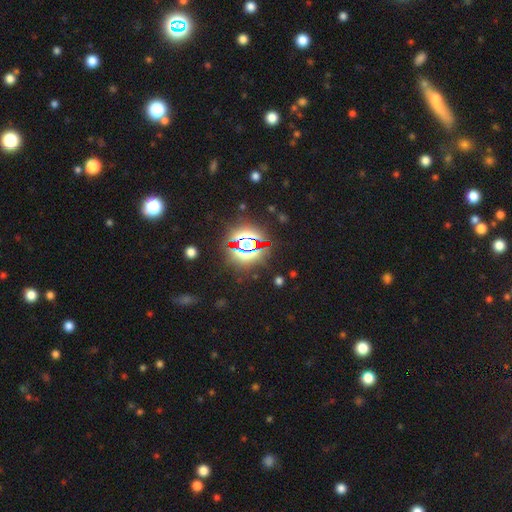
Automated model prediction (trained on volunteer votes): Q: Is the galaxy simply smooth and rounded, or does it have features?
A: star or artifact — 76%.